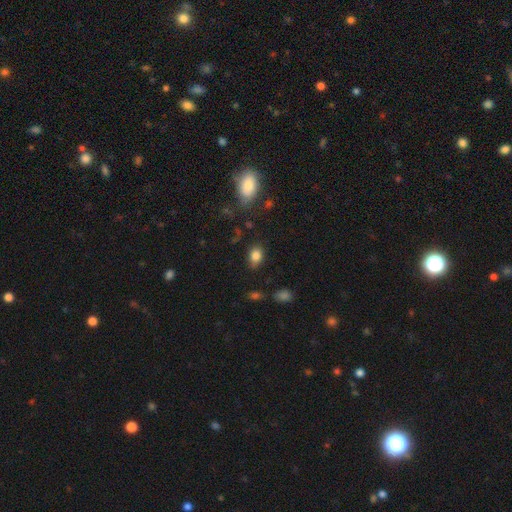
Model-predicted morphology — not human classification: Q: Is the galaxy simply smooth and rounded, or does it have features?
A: smooth — 84%.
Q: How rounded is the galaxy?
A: in between — 74%.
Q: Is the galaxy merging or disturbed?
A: none — 77%.